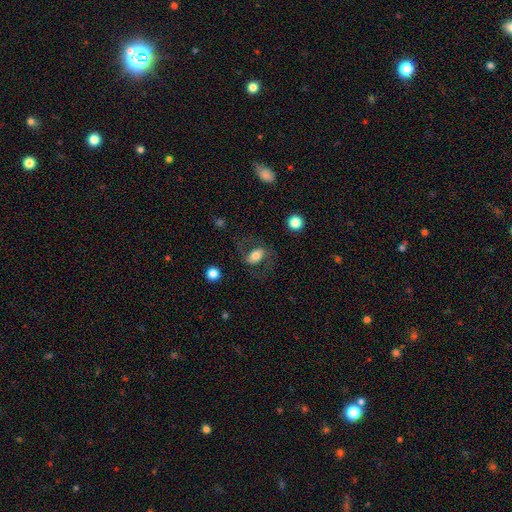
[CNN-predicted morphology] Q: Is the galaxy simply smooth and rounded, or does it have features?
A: smooth — 51%.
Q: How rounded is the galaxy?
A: in between — 80%.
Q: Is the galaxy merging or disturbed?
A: none — 65%.